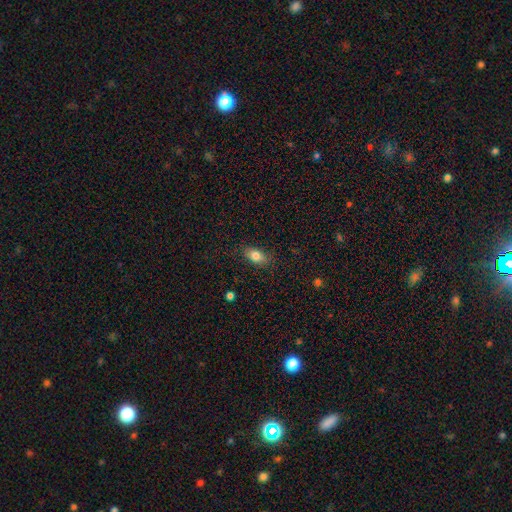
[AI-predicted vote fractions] A smooth galaxy with no disk features (82%) that is in between round and cigar-shaped (87%). Merging: none (82%).